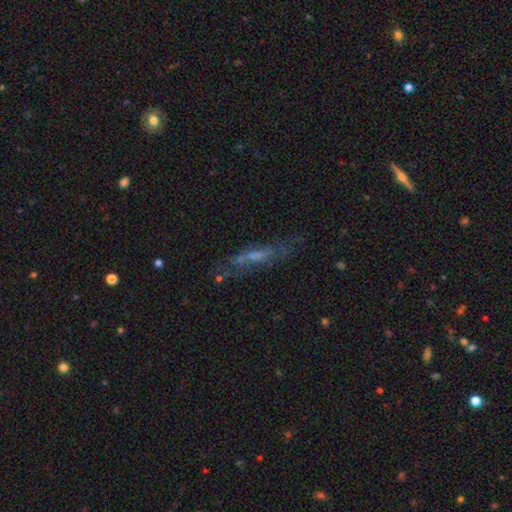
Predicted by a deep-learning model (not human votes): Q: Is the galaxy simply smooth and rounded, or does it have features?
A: featured or disk — 52%.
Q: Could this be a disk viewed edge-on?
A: yes — 54%.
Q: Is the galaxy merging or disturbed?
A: none — 64%.